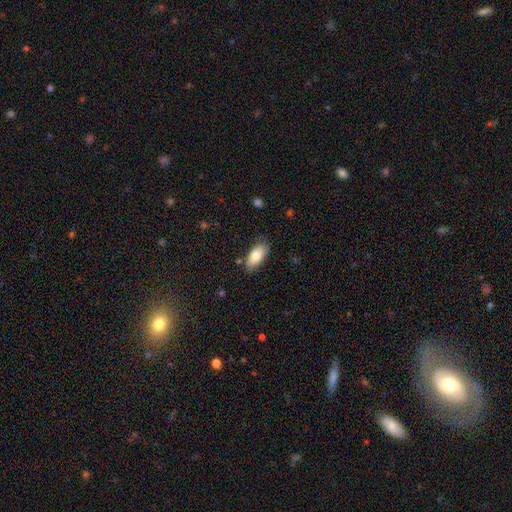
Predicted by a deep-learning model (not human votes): Overall: smooth (81%). How rounded: in between (88%). Merging: none (76%).